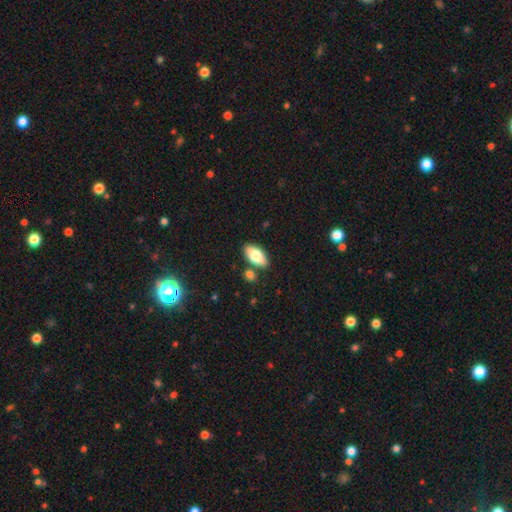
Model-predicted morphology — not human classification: Smooth or featured? Predicted: smooth (p=0.77). How rounded? Predicted: in between (p=0.91). Merging? Predicted: none (p=0.80).